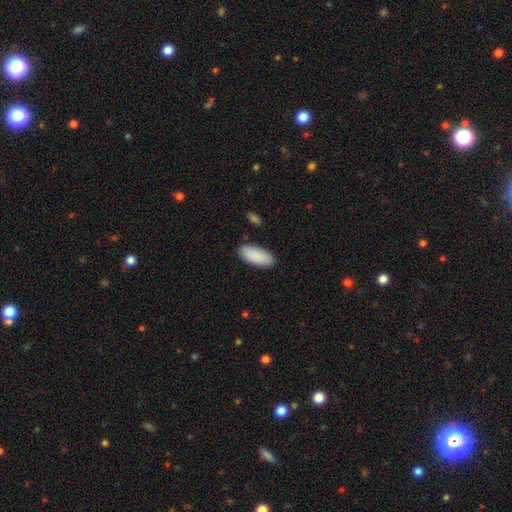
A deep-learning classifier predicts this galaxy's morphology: Overall: smooth (91%). How rounded: in between (86%). Merging: none (88%).